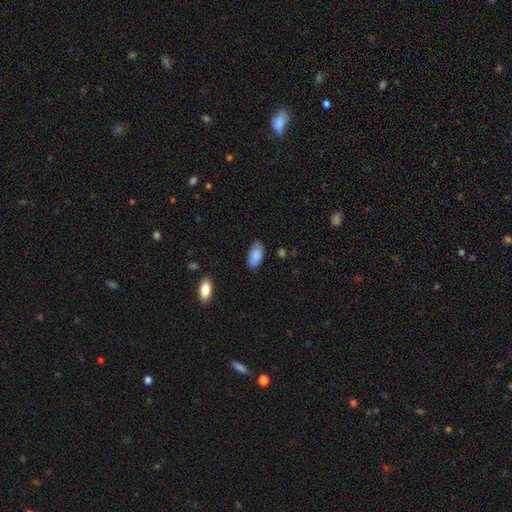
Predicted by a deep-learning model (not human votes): A smooth galaxy with no disk features (85%) that is in between round and cigar-shaped (93%). Merging: none (76%).